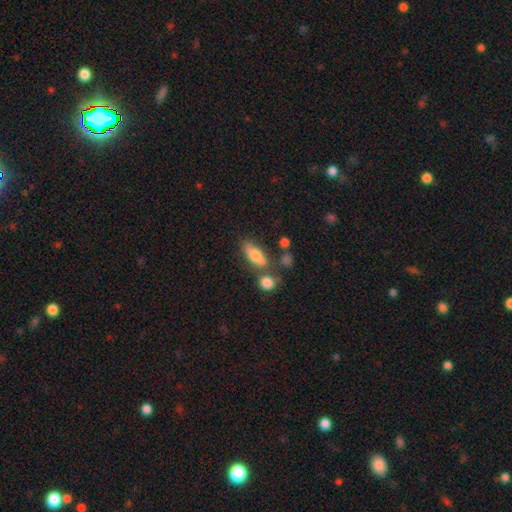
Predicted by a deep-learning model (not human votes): Overall: smooth (73%). How rounded: in between (74%). Merging: none (53%; merger 23%).